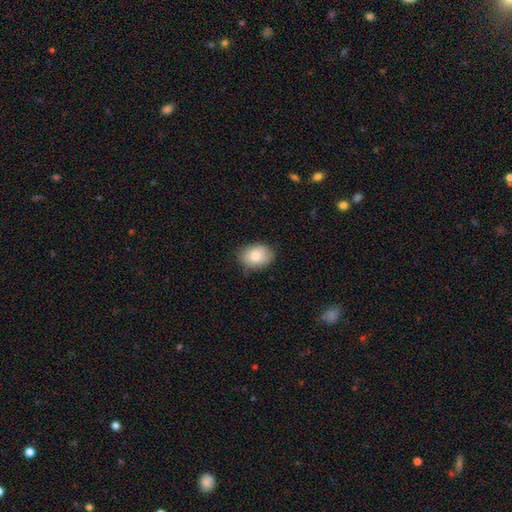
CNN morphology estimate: smooth_or_featured: smooth (p=0.80) [alt: featured or disk p=0.12]
how_rounded: in between (p=0.74) [alt: round p=0.25]
merging: none (p=0.80) [alt: minor disturbance p=0.16]